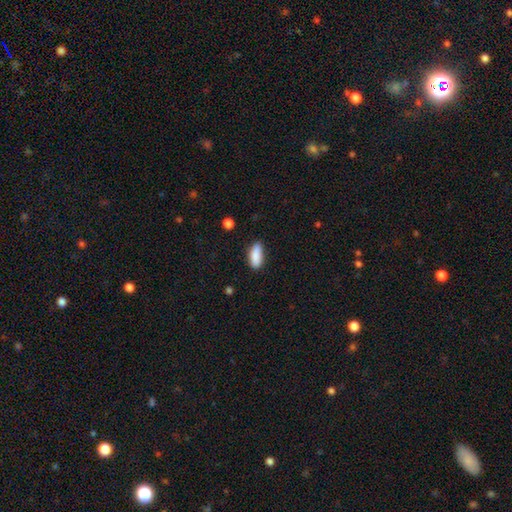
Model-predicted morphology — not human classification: Smooth or featured? smooth (88%)
How rounded? in between (76%)
Merging? none (79%)